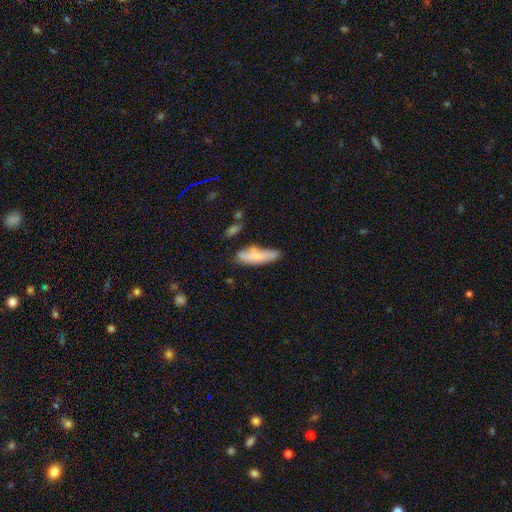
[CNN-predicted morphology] Q: Smooth or featured?
A: smooth (74%); runner-up: featured or disk (19%)
Q: How rounded?
A: cigar-shaped (52%); runner-up: in between (46%)
Q: Merging?
A: none (53%); runner-up: minor disturbance (30%)